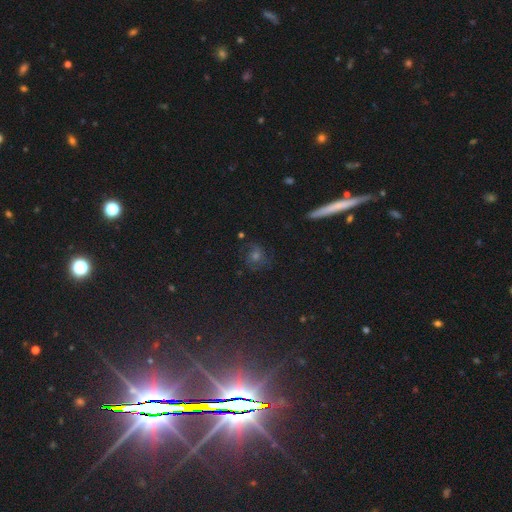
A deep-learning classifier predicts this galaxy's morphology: The model was most divided on "smooth or featured": smooth: 39%, star or artifact: 31%, featured or disk: 31%. More confident: merging — none (79%).